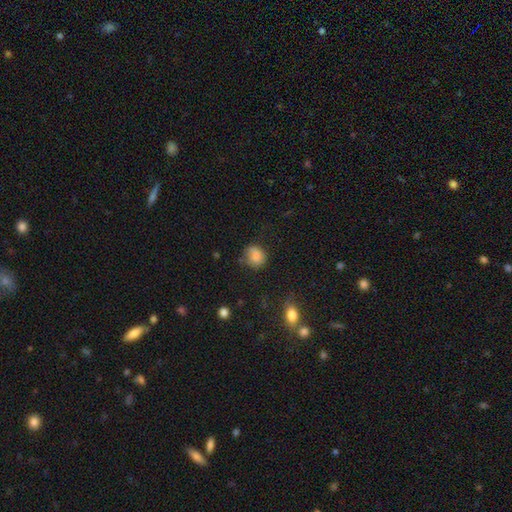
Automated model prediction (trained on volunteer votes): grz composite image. It shows a smooth galaxy with no disk features (81%) that is round (66%). Merging: none (59%).